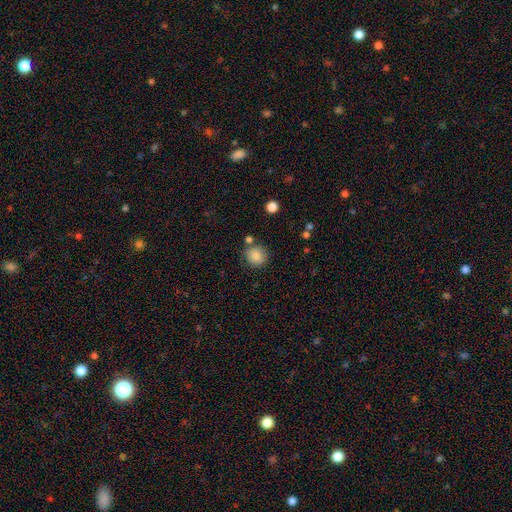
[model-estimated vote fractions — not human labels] smooth 86%, star or artifact 9%, featured or disk 5%. Down the decision tree: how rounded — round (83%); merging — none (76%).